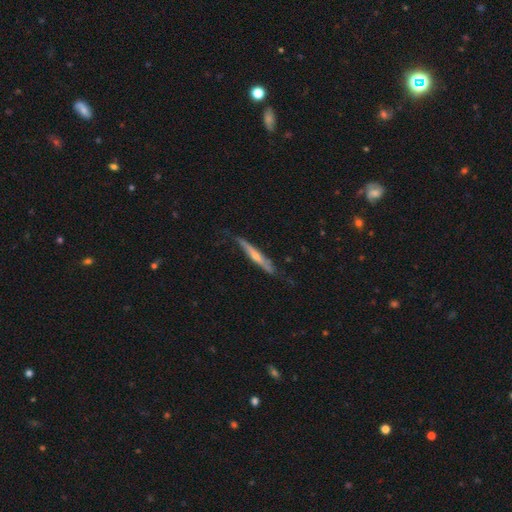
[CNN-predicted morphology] smooth_or_featured: featured or disk (p=0.62) [alt: smooth p=0.33]
disk_edge_on: yes (p=0.89) [alt: no p=0.11]
edge_on_bulge: rounded (p=0.64) [alt: none p=0.31]
merging: none (p=0.68) [alt: minor disturbance p=0.25]